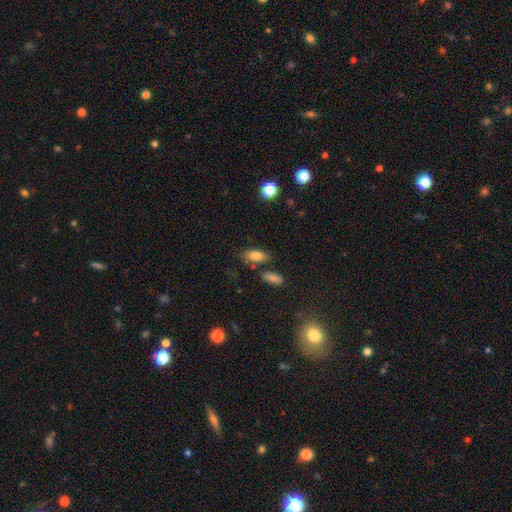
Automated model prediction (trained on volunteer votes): The model was most divided on "merging": none: 69%, minor disturbance: 17%, merger: 9%, major disturbance: 5%. More confident: how rounded — in between (85%); smooth or featured — smooth (79%).